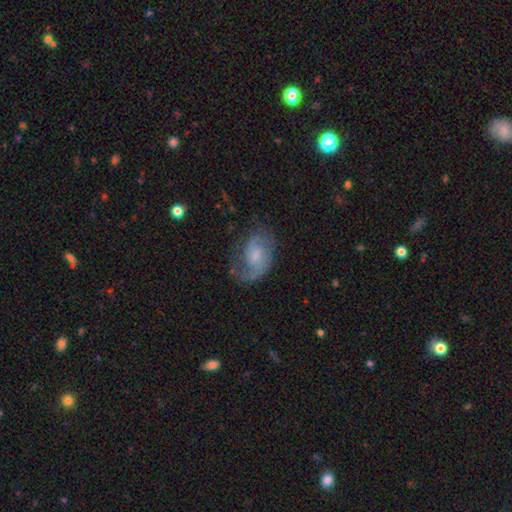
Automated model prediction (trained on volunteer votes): smooth_or_featured: featured or disk (p=0.73) [alt: smooth p=0.20]
disk_edge_on: no (p=0.97) [alt: yes p=0.03]
bar: no (p=0.47) [alt: weak p=0.46]
has_spiral_arms: yes (p=0.91) [alt: no p=0.09]
spiral_winding: medium (p=0.46) [alt: loose p=0.31]
spiral_arm_count: 2 (p=0.57) [alt: 1 p=0.24]
bulge_size: small (p=0.58) [alt: moderate p=0.25]
merging: none (p=0.57) [alt: minor disturbance p=0.22]